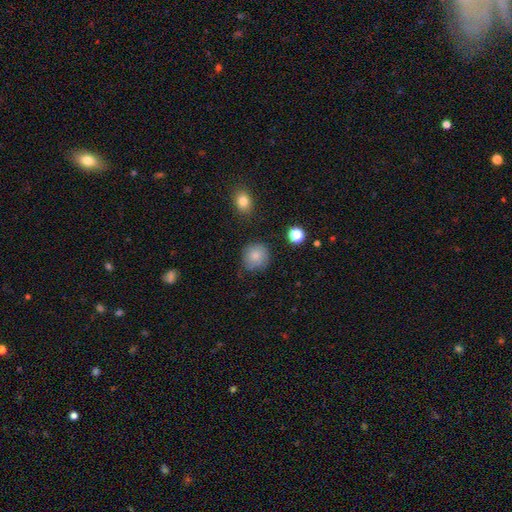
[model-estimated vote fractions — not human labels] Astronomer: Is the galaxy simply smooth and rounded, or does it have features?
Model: smooth — 81%.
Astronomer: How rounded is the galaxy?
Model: round — 88%.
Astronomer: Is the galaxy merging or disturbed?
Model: none — 75%.